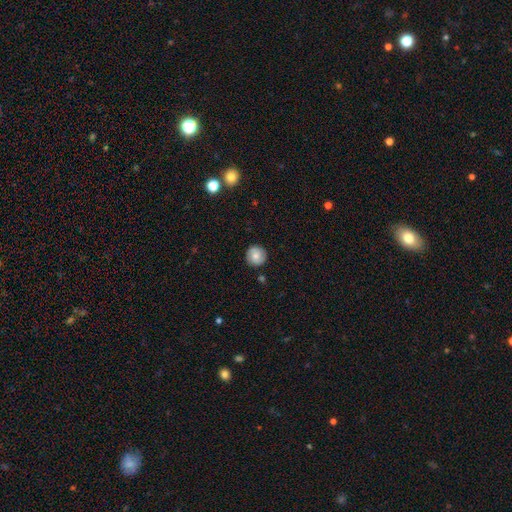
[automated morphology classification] Smooth or featured? Predicted: smooth (p=0.71). How rounded? Predicted: round (p=0.94). Merging? Predicted: none (p=0.87).